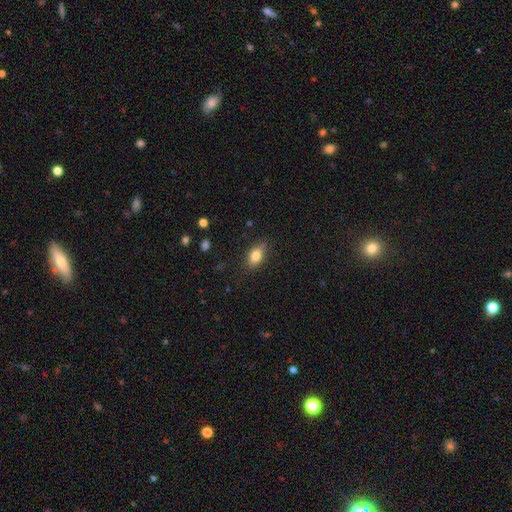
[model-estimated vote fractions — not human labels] Smooth or featured: smooth — 81% (featured or disk — 10%)
How rounded: in between — 82% (round — 14%)
Merging: none — 80% (minor disturbance — 15%)